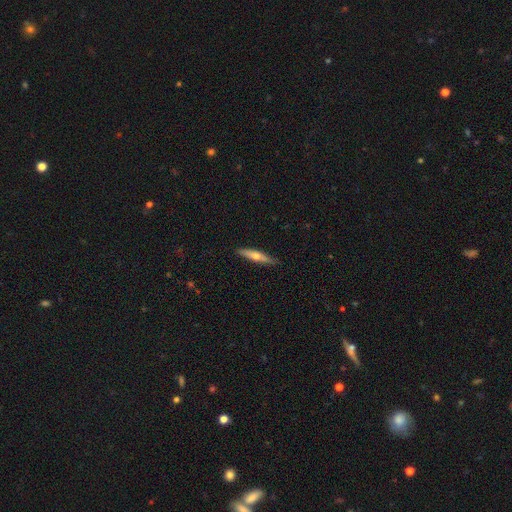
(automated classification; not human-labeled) This appears to be a smooth galaxy with no disk features (48%). Merging: none (87%).